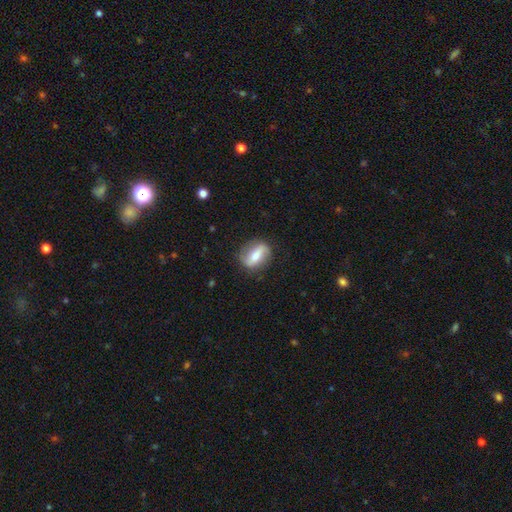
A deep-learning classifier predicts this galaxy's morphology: Smooth or featured?
  - featured or disk: 53% *
  - smooth: 40%
  - star or artifact: 7%
Edge-on disk?
  - no: 84% *
  - yes: 16%
Merging?
  - none: 80% *
  - minor disturbance: 14%
  - major disturbance: 4%
  - merger: 1%